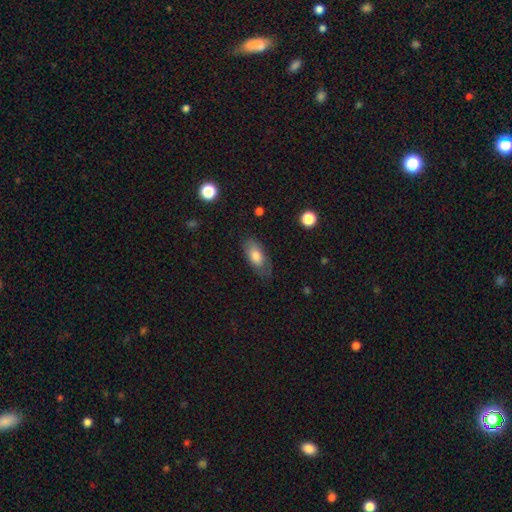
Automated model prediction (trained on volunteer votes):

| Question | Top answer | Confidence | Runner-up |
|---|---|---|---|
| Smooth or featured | smooth | 73% | featured or disk (20%) |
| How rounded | in between | 89% | cigar-shaped (7%) |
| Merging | none | 67% | minor disturbance (23%) |